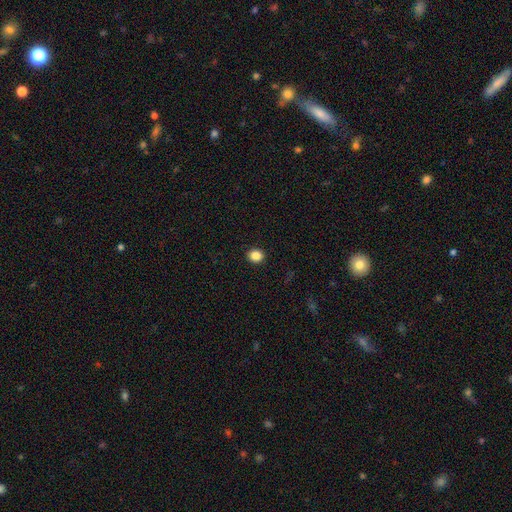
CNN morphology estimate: This appears to be a smooth galaxy with no disk features (86%) that is round (80%). Merging: none (92%).